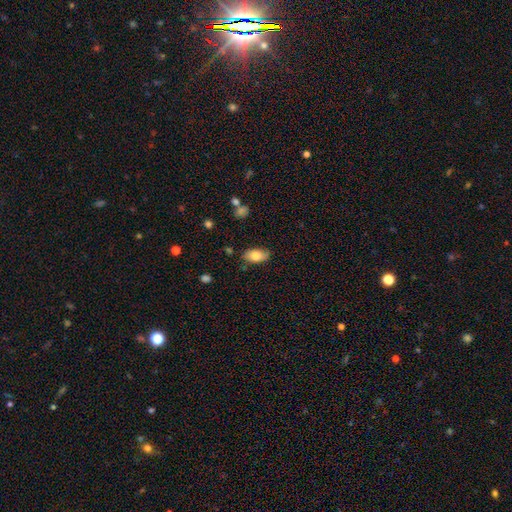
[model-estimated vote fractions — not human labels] Smooth or featured: smooth — 77% (featured or disk — 16%)
How rounded: in between — 93% (cigar-shaped — 4%)
Merging: none — 76% (minor disturbance — 19%)